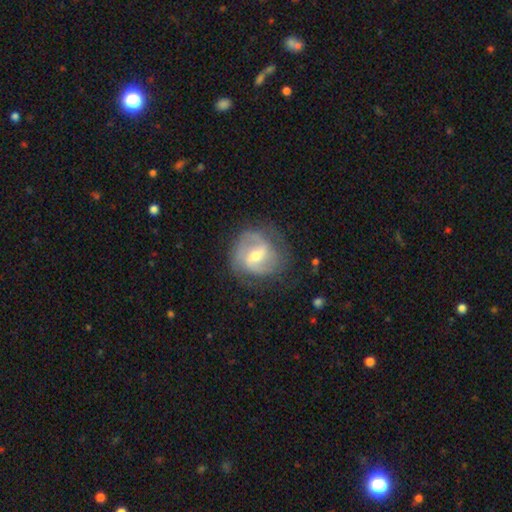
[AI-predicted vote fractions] featured or disk 81%, smooth 13%, star or artifact 5%. Down the decision tree: edge-on disk — no (97%); bar — weak (55%); spiral arms — yes (93%); spiral arm count — 2 (75%); spiral winding — medium (50%); bulge size — moderate (55%); merging — none (72%).